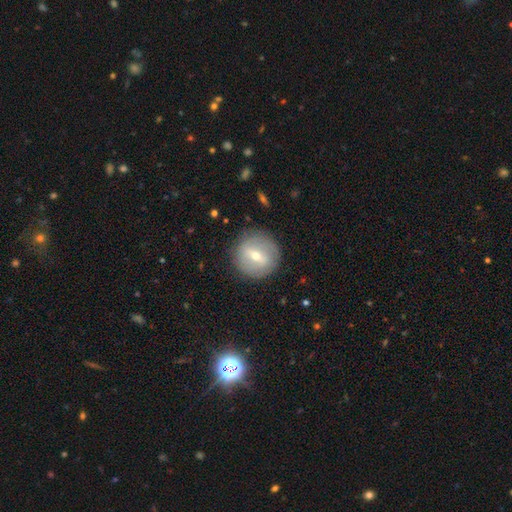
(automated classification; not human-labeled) Morphology: type=featured or disk (51%); edge-on=no (89%); merging=none (85%).